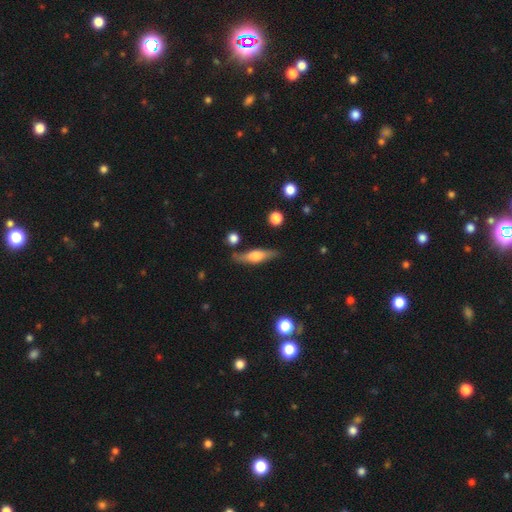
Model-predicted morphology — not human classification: Smooth or featured: featured or disk — 59% (smooth — 35%)
Edge-on disk: yes — 93% (no — 7%)
Edge-on bulge: rounded — 90% (boxy — 8%)
Merging: none — 81% (minor disturbance — 12%)